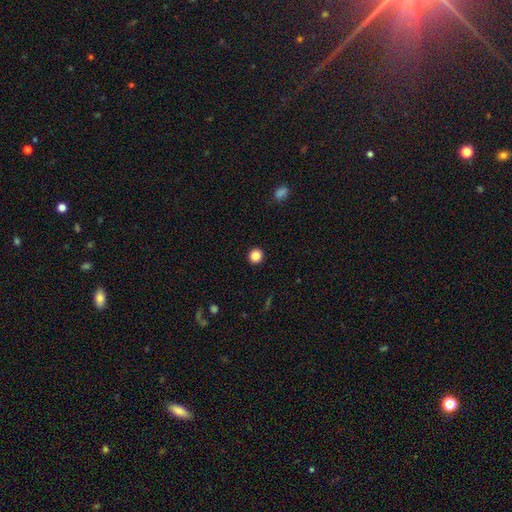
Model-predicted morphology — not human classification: Smooth or featured? Predicted: smooth (p=0.85). How rounded? Predicted: round (p=0.93). Merging? Predicted: none (p=0.94).